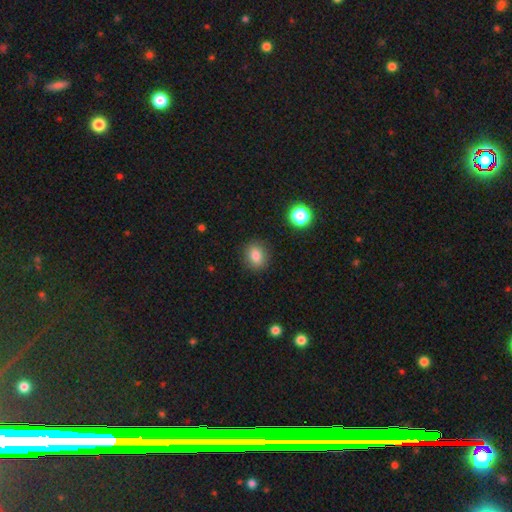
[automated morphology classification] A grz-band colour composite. It shows a smooth galaxy with no disk features (82%) that is round (60%). Merging: none (87%).